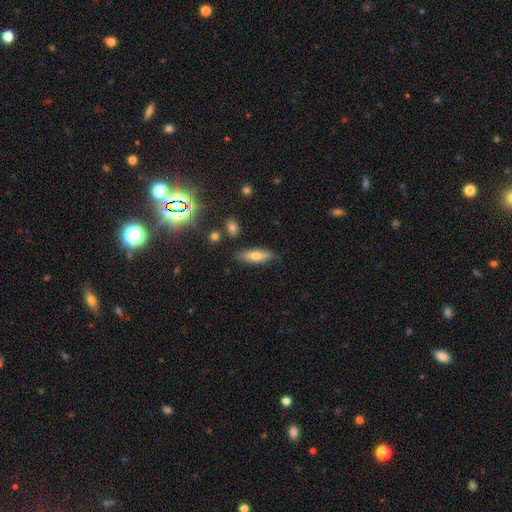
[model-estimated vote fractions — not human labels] This is likely a smooth galaxy (67%). How rounded: possibly in between (54%). Merging: clearly none (81%).